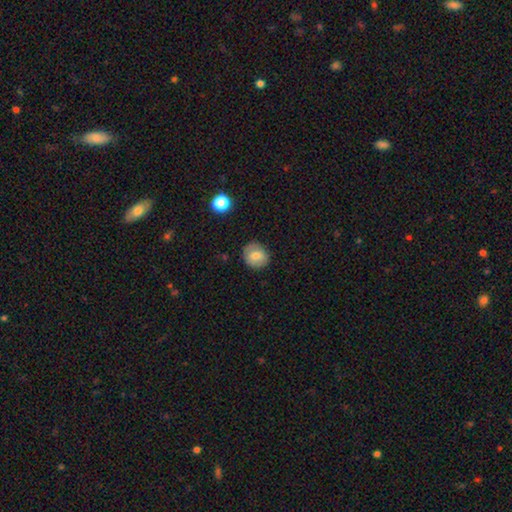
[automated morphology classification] A smooth galaxy with no disk features (75%) that is round (77%).

Vote fractions:
- Smooth or featured? smooth: 75% / featured or disk: 17% / star or artifact: 9%
- How rounded? round: 77% / in between: 22% / cigar-shaped: 1%
- Merging? none: 81% / minor disturbance: 14% / major disturbance: 3% / merger: 1%